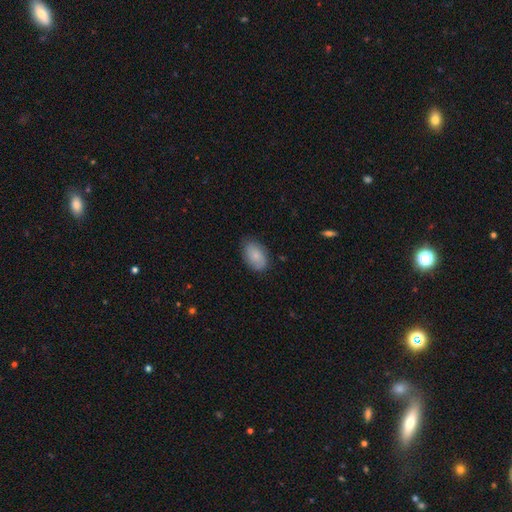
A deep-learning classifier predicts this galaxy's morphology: Smooth or featured: smooth — 77% (featured or disk — 17%)
How rounded: in between — 90% (round — 9%)
Merging: none — 78% (minor disturbance — 17%)